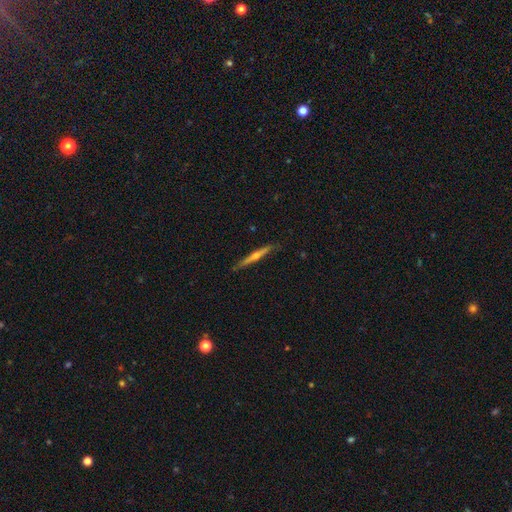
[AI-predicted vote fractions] Smooth or featured?
  - featured or disk: 70% *
  - smooth: 25%
  - star or artifact: 6%
Edge-on disk?
  - yes: 97% *
  - no: 3%
Edge-on bulge?
  - rounded: 82% *
  - none: 15%
  - boxy: 3%
Merging?
  - none: 88% *
  - minor disturbance: 10%
  - major disturbance: 2%
  - merger: 1%